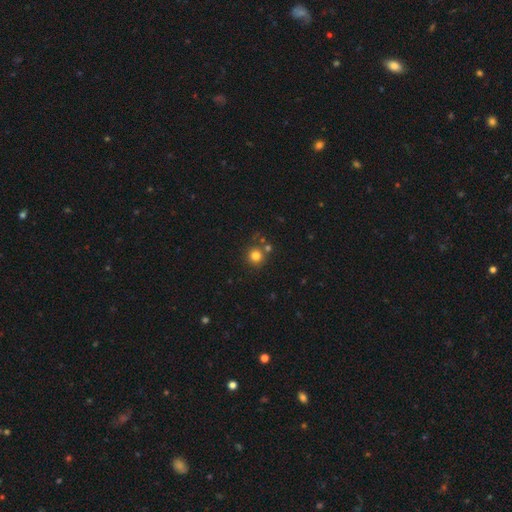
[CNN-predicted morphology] The model was most divided on "merging": none: 77%, merger: 12%, minor disturbance: 8%, major disturbance: 3%. More confident: how rounded — round (93%); smooth or featured — smooth (80%).